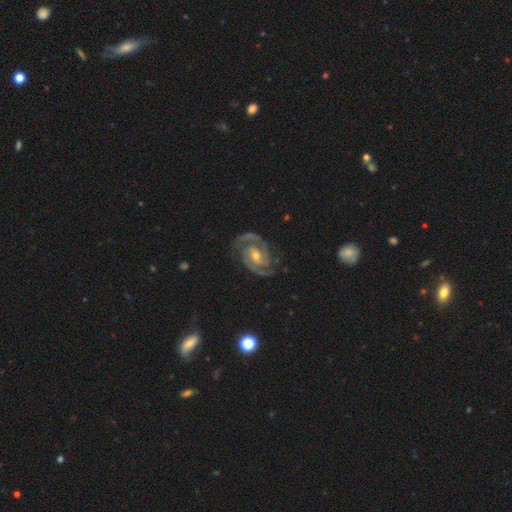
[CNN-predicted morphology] A featured or disk galaxy (93%) with no bar (44%), 2 (86%) tight (51%) spiral arms (99%) and a moderate central bulge (53%). Merging: none (81%).